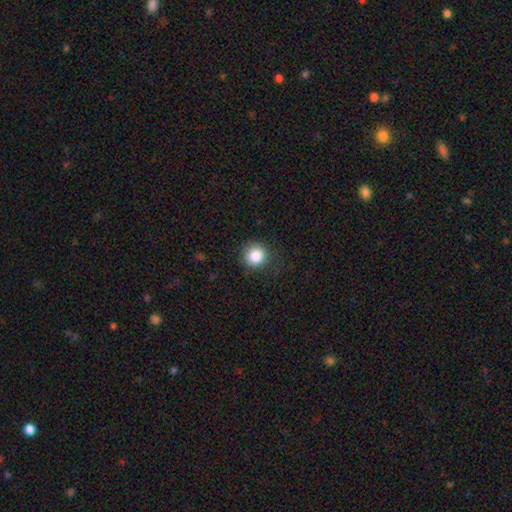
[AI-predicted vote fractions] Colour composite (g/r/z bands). It shows a smooth galaxy with no disk features (84%) that is round (91%). Merging: none (84%).